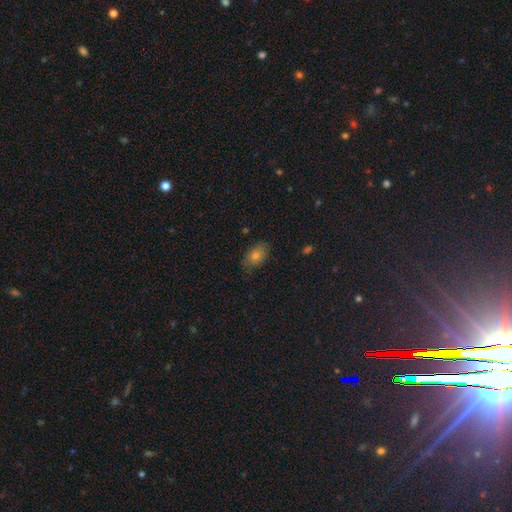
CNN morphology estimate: A smooth galaxy with no disk features (69%) that is in between round and cigar-shaped (85%). Merging: none (77%).